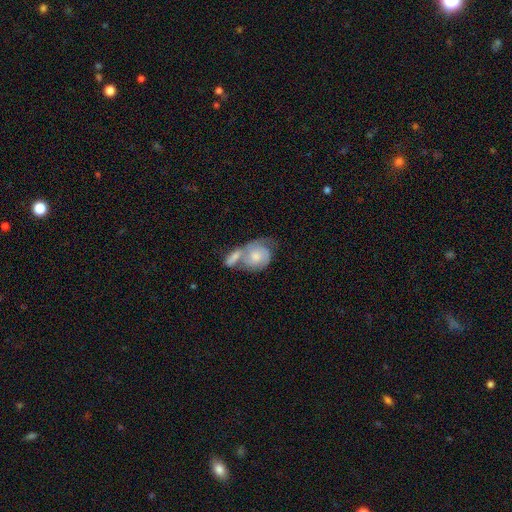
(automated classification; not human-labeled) Q: Smooth or featured?
A: featured or disk (54%); runner-up: smooth (40%)
Q: Edge-on disk?
A: no (96%); runner-up: yes (4%)
Q: Bar?
A: no (74%); runner-up: weak (22%)
Q: Spiral arms?
A: yes (79%); runner-up: no (21%)
Q: Bulge size?
A: moderate (45%); runner-up: small (30%)
Q: Merging?
A: merger (61%); runner-up: none (19%)